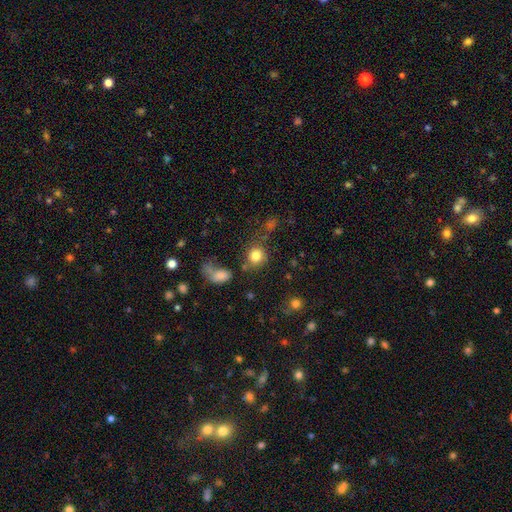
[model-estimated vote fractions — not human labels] Q: Smooth or featured?
A: smooth (81%); runner-up: star or artifact (12%)
Q: How rounded?
A: round (81%); runner-up: in between (18%)
Q: Merging?
A: none (71%); runner-up: minor disturbance (13%)